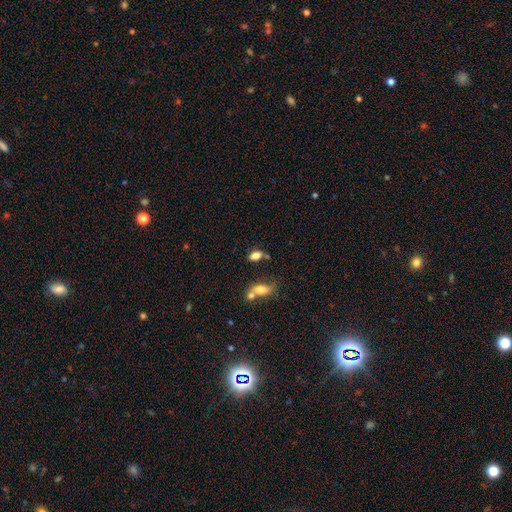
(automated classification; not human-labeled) The model was most divided on "merging": none: 56%, merger: 22%, minor disturbance: 16%, major disturbance: 6%. More confident: how rounded — in between (85%); smooth or featured — smooth (78%).